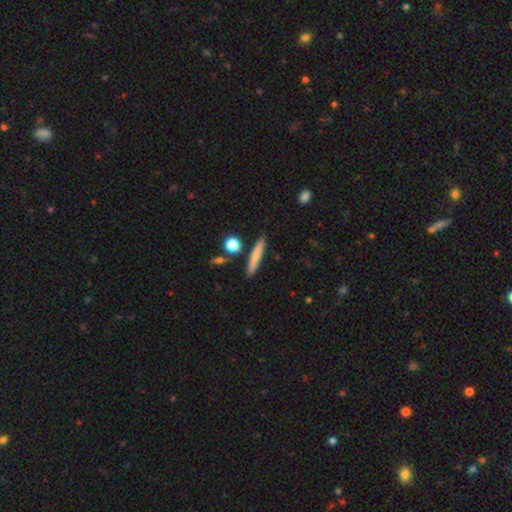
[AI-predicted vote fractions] Smooth or featured? Predicted: smooth (p=0.74). How rounded? Predicted: cigar-shaped (p=0.90). Merging? Predicted: none (p=0.86).